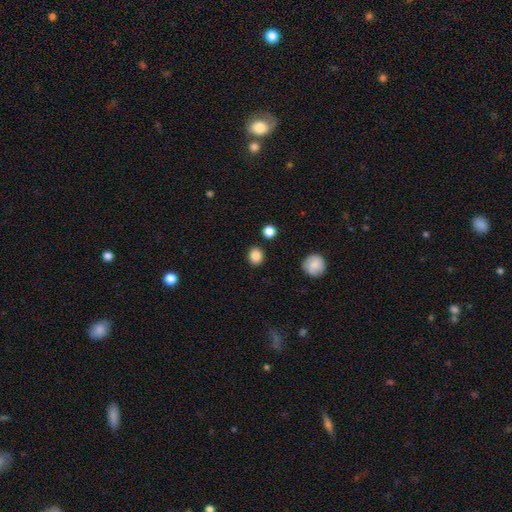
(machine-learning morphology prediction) Overall: smooth (85%). How rounded: round (76%). Merging: none (87%).